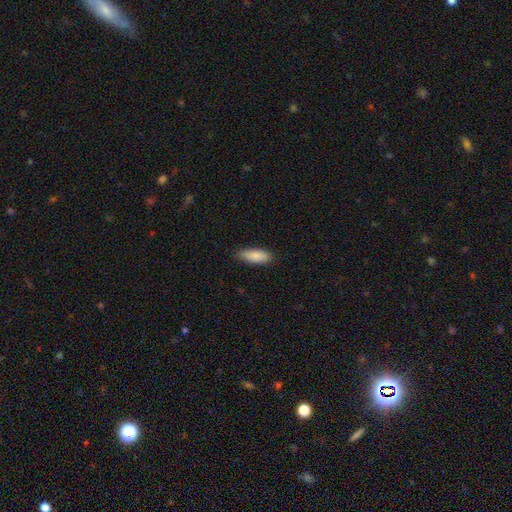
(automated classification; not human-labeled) A smooth galaxy with no disk features (89%) that is in between round and cigar-shaped (77%). Merging: none (86%).